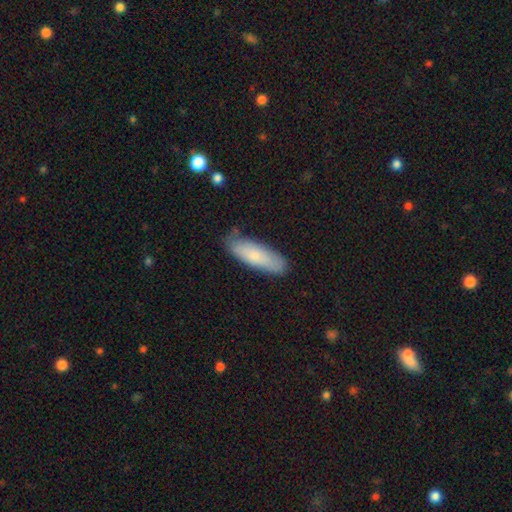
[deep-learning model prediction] A smooth galaxy with no disk features (77%) that is in between round and cigar-shaped (54%).

Vote fractions:
- Smooth or featured? smooth: 77% / featured or disk: 17% / star or artifact: 6%
- How rounded? in between: 54% / cigar-shaped: 44% / round: 2%
- Merging? none: 79% / minor disturbance: 17% / major disturbance: 3% / merger: 2%